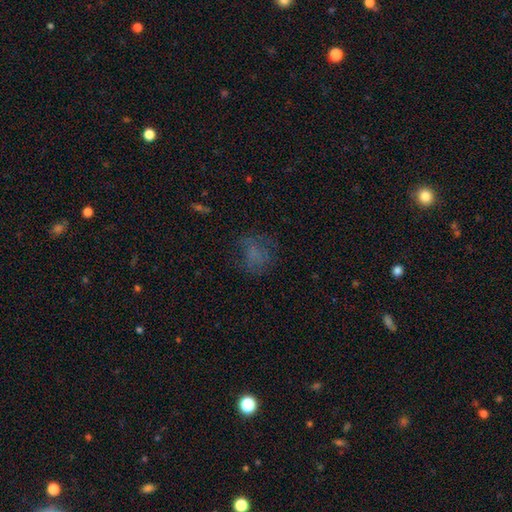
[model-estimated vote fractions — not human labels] Smooth or featured?
  - smooth: 54% *
  - featured or disk: 26%
  - star or artifact: 20%
How rounded?
  - round: 66% *
  - in between: 32%
  - cigar-shaped: 1%
Merging?
  - none: 58% *
  - major disturbance: 20%
  - minor disturbance: 20%
  - merger: 2%